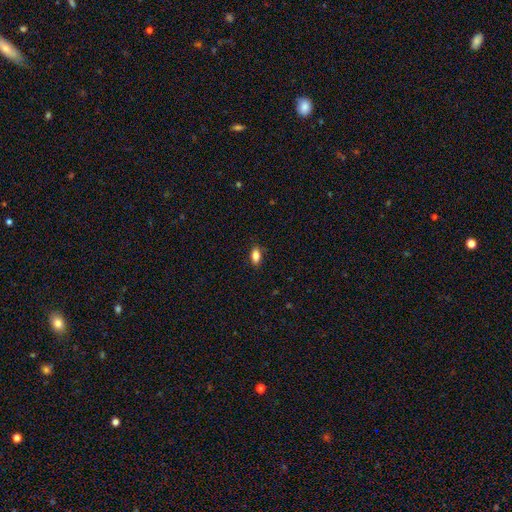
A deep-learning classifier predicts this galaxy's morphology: Overall: smooth (85%). How rounded: in between (88%). Merging: none (86%).